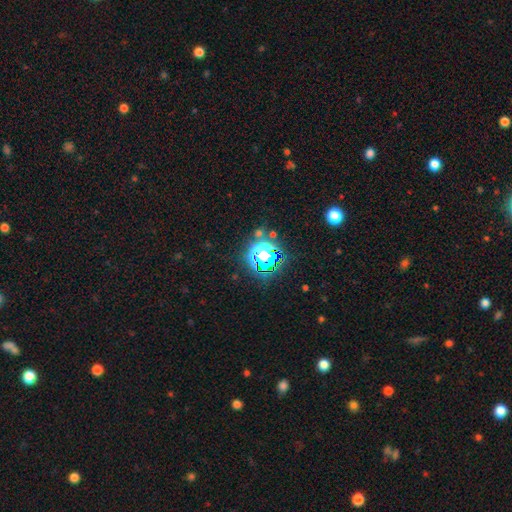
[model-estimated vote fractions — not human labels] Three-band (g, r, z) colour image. It shows a star or artifact, not a galaxy (75%).